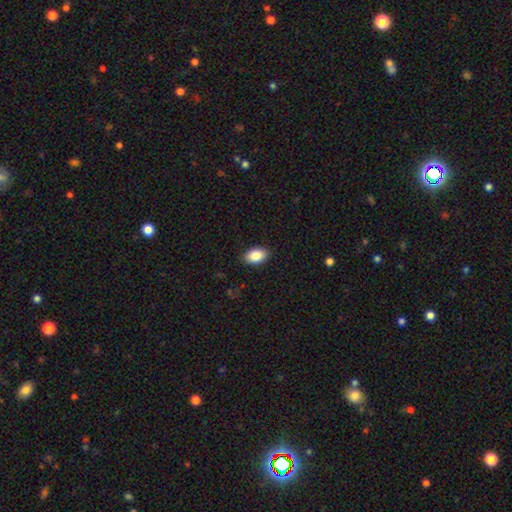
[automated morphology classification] The model was most divided on "how rounded": in between: 89%, round: 10%, cigar-shaped: 1%. More confident: merging — none (88%); smooth or featured — smooth (87%).